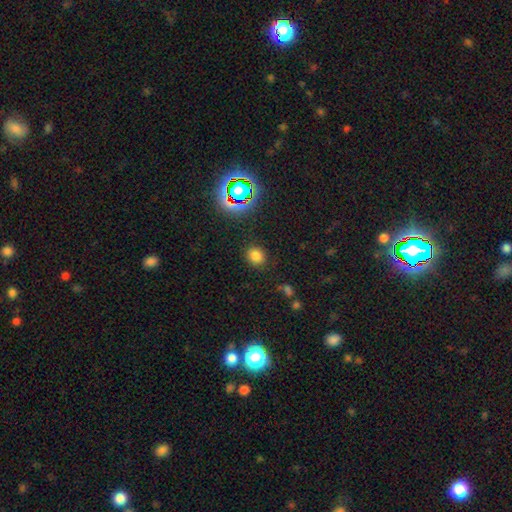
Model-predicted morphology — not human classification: This appears to be a smooth galaxy with no disk features (75%) that is round (76%). Merging: none (87%).